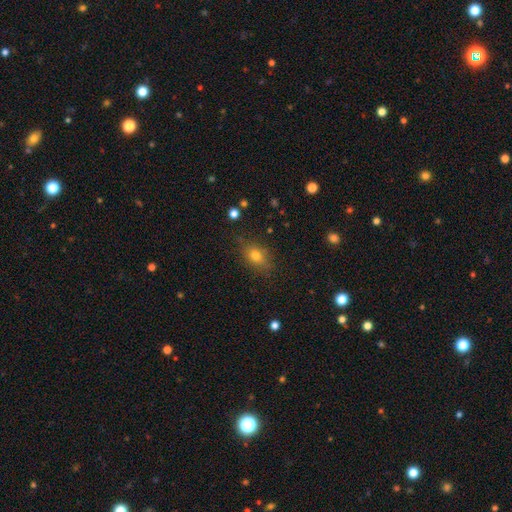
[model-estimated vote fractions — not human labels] A smooth galaxy with no disk features (75%) that is in between round and cigar-shaped (73%).

Vote fractions:
- Smooth or featured? smooth: 75% / star or artifact: 13% / featured or disk: 12%
- How rounded? in between: 73% / round: 23% / cigar-shaped: 4%
- Merging? none: 79% / minor disturbance: 15% / major disturbance: 4% / merger: 2%